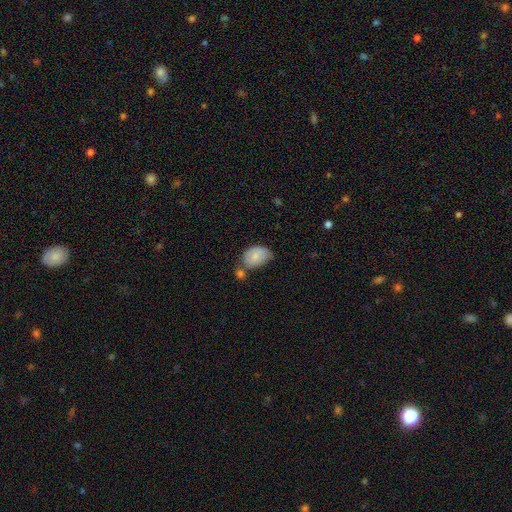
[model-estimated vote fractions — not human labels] smooth_or_featured: smooth (p=0.76) [alt: featured or disk p=0.17]
how_rounded: in between (p=0.85) [alt: round p=0.14]
merging: none (p=0.41) [alt: minor disturbance p=0.28]